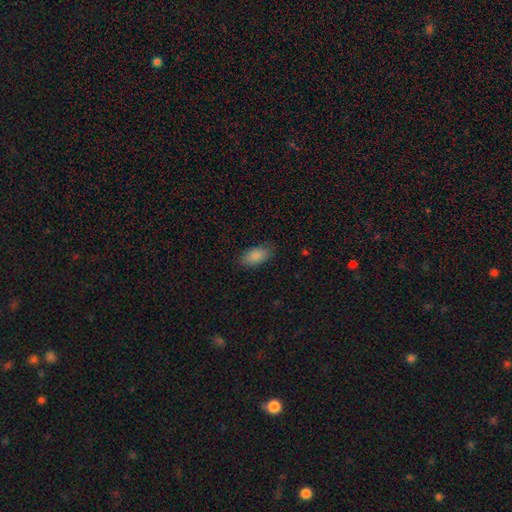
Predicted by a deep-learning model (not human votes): Q: Smooth or featured?
A: smooth (88%); runner-up: star or artifact (7%)
Q: How rounded?
A: in between (93%); runner-up: cigar-shaped (4%)
Q: Merging?
A: none (83%); runner-up: minor disturbance (13%)